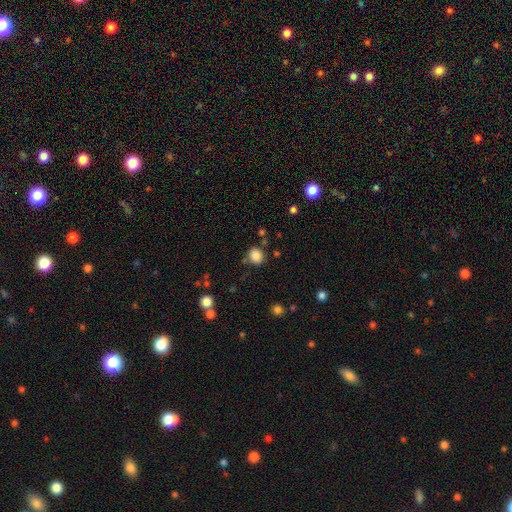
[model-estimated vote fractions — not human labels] smooth-or-featured: smooth: 85% | star or artifact: 11% | featured or disk: 4%
  how-rounded: round: 72% | in between: 27% | cigar-shaped: 1%
  merging: none: 78% | minor disturbance: 13% | merger: 5% | major disturbance: 4%